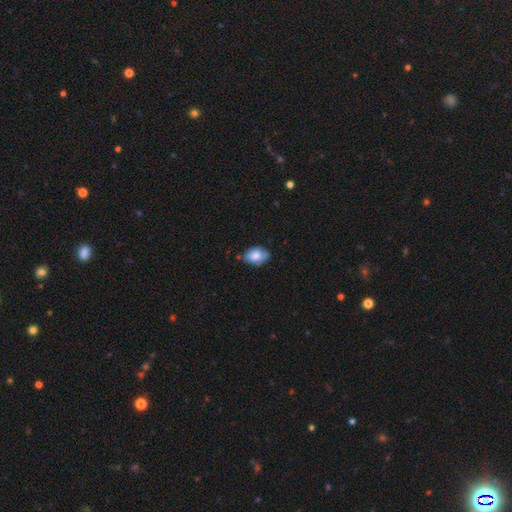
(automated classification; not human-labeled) smooth 75%, featured or disk 17%, star or artifact 8%. Down the decision tree: how rounded — in between (84%); merging — none (64%).